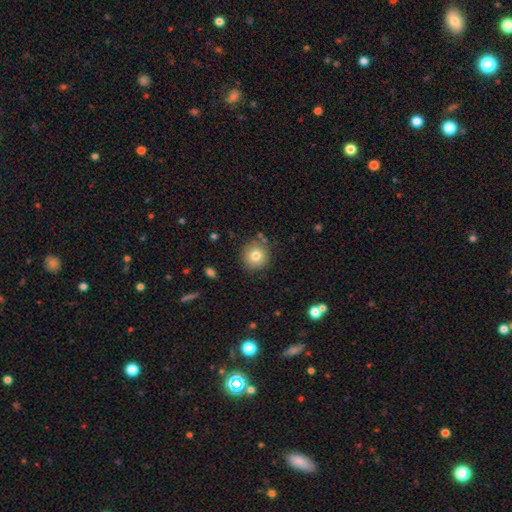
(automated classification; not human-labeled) Q: Smooth or featured?
A: smooth (78%); runner-up: star or artifact (11%)
Q: How rounded?
A: round (93%); runner-up: in between (6%)
Q: Merging?
A: none (83%); runner-up: minor disturbance (10%)